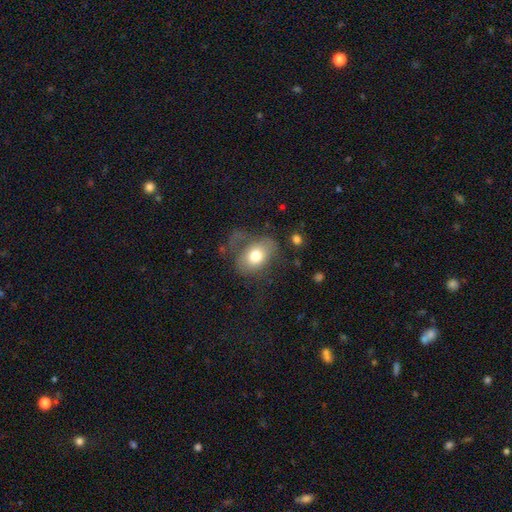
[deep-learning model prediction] Overall: smooth (68%). How rounded: in between (74%). Merging: none (40%; major disturbance 32%).